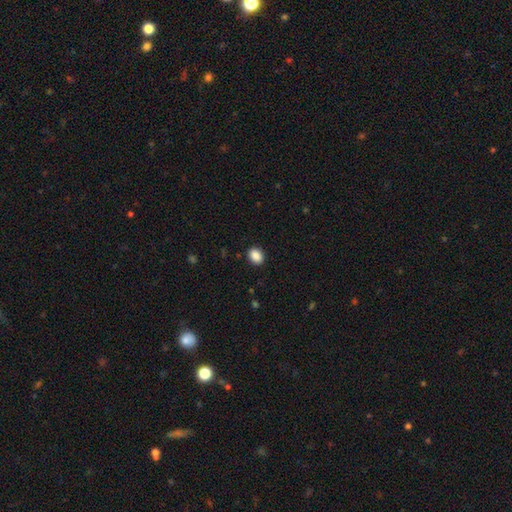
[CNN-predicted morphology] type=smooth (89%); roundness=in between (65%); merging=none (90%).